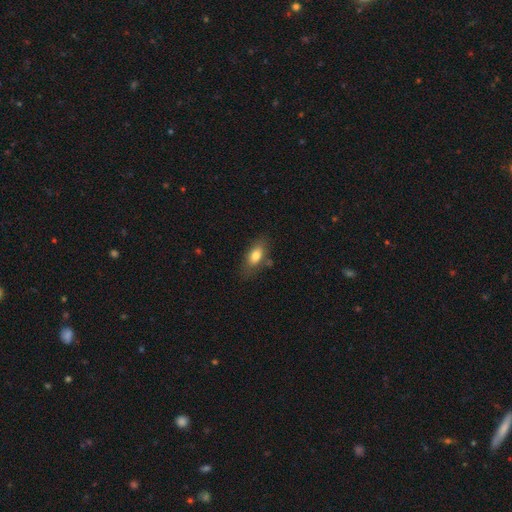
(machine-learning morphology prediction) A smooth galaxy with no disk features (78%) that is in between round and cigar-shaped (86%). Merging: none (74%).